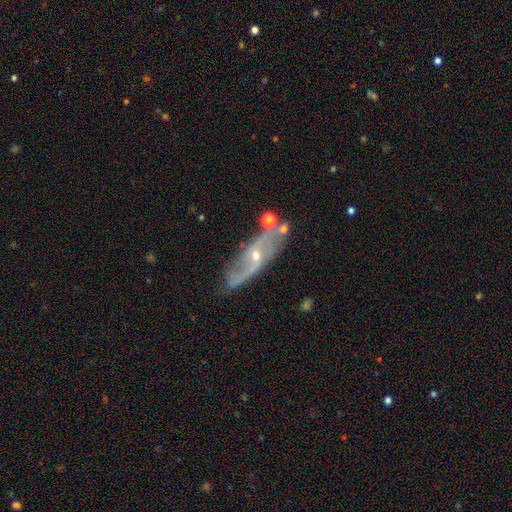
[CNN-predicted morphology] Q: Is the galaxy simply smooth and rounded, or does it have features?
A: featured or disk — 82%.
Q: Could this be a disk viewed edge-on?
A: no — 82%.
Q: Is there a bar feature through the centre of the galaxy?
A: no — 47%.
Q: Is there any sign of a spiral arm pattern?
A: yes — 90%.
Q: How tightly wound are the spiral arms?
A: loose — 54%.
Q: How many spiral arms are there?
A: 2 — 82%.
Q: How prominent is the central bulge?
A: small — 61%.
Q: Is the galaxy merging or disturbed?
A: none — 69%.